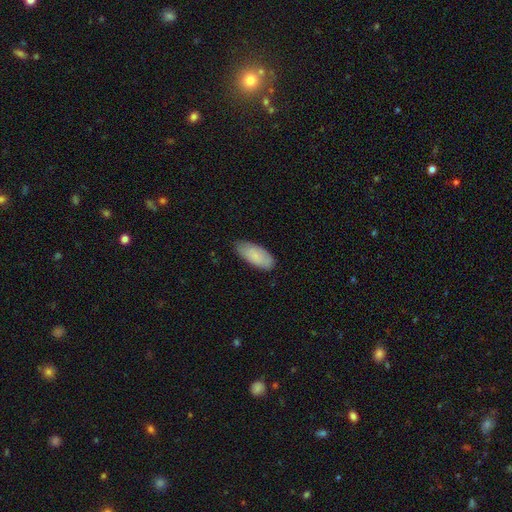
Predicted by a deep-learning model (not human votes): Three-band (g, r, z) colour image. It shows a smooth galaxy with no disk features (85%) that is in between round and cigar-shaped (87%). Merging: none (77%).